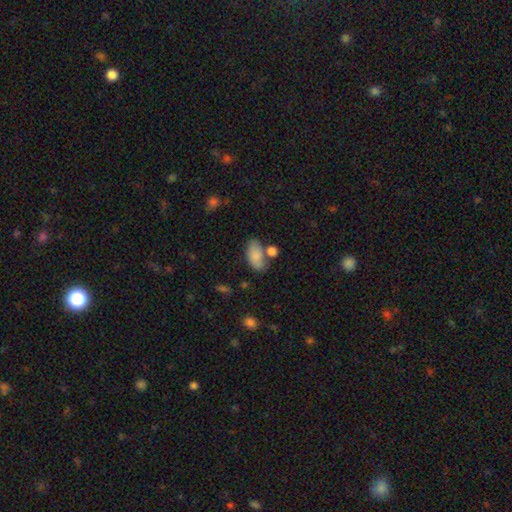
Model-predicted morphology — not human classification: This appears to be a smooth galaxy with no disk features (82%) that is in between round and cigar-shaped (92%). Merging: none (56%).